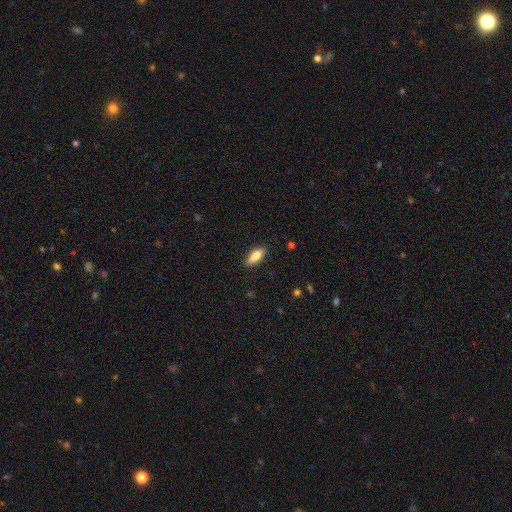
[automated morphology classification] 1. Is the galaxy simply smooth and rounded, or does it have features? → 73% smooth, 21% featured or disk, 7% star or artifact.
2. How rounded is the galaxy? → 65% in between, 33% cigar-shaped, 2% round.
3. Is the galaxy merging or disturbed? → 87% none, 9% minor disturbance, 2% major disturbance, 1% merger.